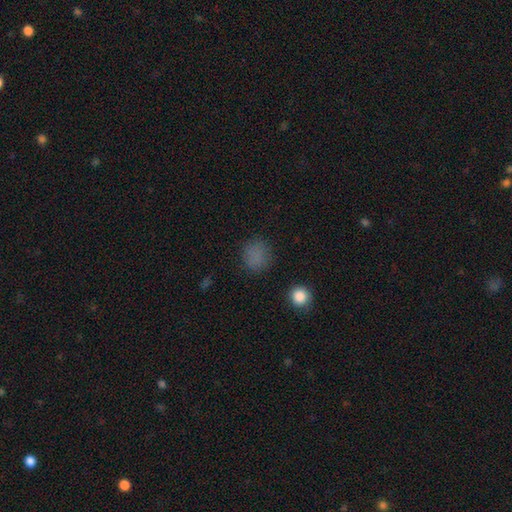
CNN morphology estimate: smooth_or_featured: smooth (p=0.79) [alt: star or artifact p=0.17]
how_rounded: round (p=0.83) [alt: in between p=0.16]
merging: none (p=0.84) [alt: minor disturbance p=0.11]